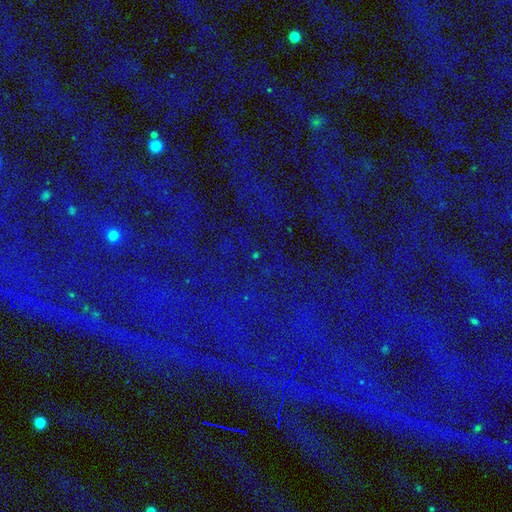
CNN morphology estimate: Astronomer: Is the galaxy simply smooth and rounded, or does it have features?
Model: star or artifact — 84%.